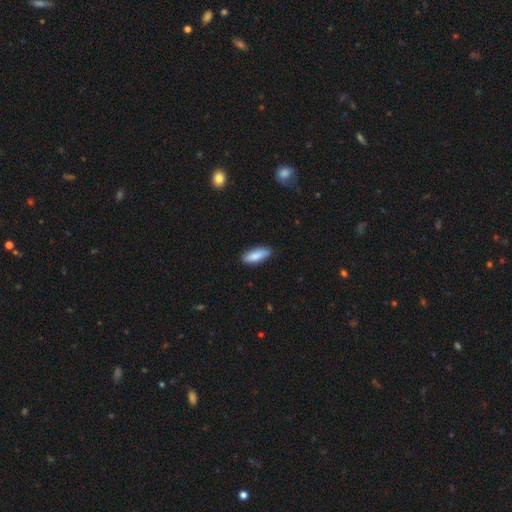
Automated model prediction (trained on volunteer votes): Smooth or featured? smooth (86%)
How rounded? in between (65%)
Merging? none (86%)